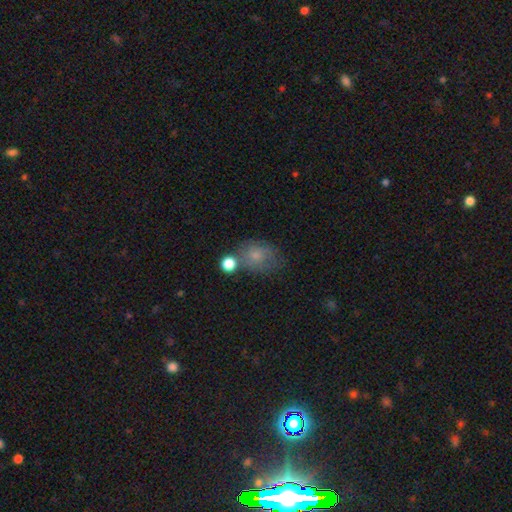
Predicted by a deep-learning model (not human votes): smooth_or_featured: smooth (p=0.71) [alt: featured or disk p=0.17]
how_rounded: in between (p=0.57) [alt: round p=0.42]
merging: none (p=0.49) [alt: minor disturbance p=0.24]